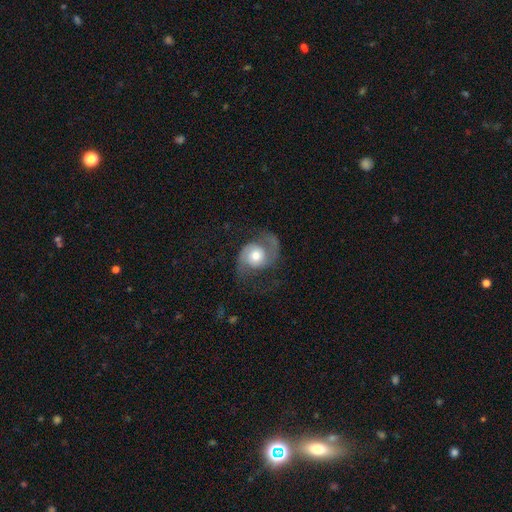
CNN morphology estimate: featured or disk 81%, smooth 13%, star or artifact 6%. Down the decision tree: edge-on disk — no (98%); bar — no (71%); spiral arms — yes (95%); spiral arm count — 2 (89%); spiral winding — medium (46%); bulge size — moderate (65%); merging — none (61%).